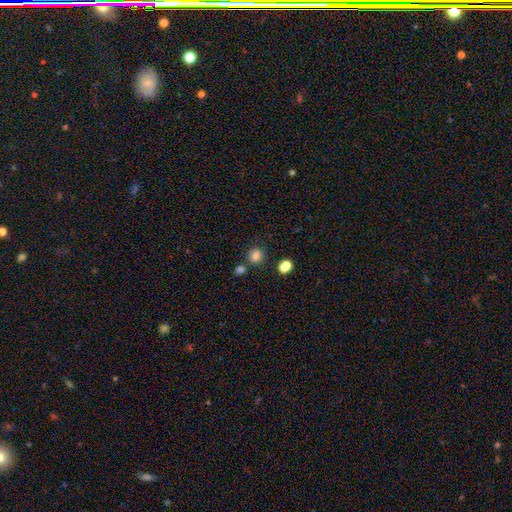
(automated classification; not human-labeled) smooth_or_featured: smooth (p=0.83) [alt: star or artifact p=0.13]
how_rounded: round (p=0.82) [alt: in between p=0.18]
merging: none (p=0.78) [alt: merger p=0.09]